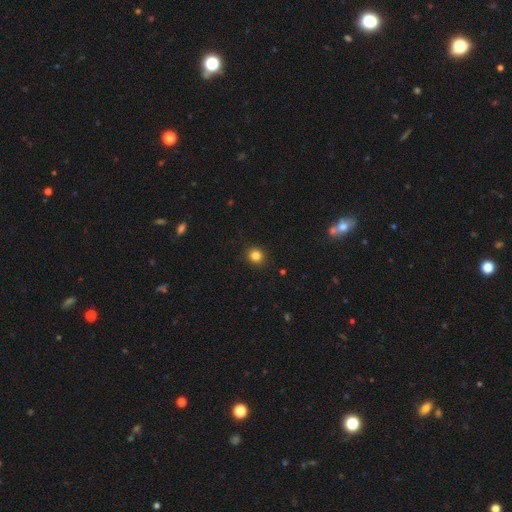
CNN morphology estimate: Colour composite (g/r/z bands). It shows a smooth galaxy with no disk features (83%) that is round (89%). Merging: none (91%).